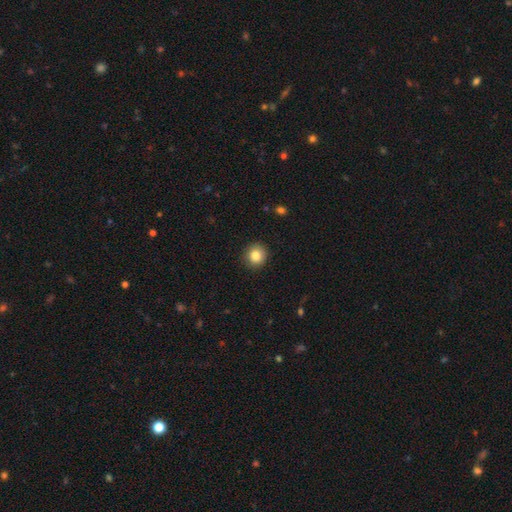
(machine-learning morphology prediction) smooth_or_featured: smooth (p=0.84) [alt: star or artifact p=0.10]
how_rounded: round (p=0.91) [alt: in between p=0.08]
merging: none (p=0.91) [alt: minor disturbance p=0.06]